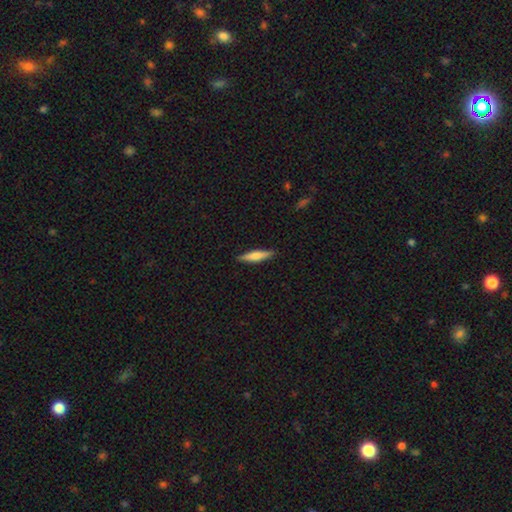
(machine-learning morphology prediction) Smooth or featured? Predicted: smooth (p=0.64). How rounded? Predicted: cigar-shaped (p=0.84). Merging? Predicted: none (p=0.90).